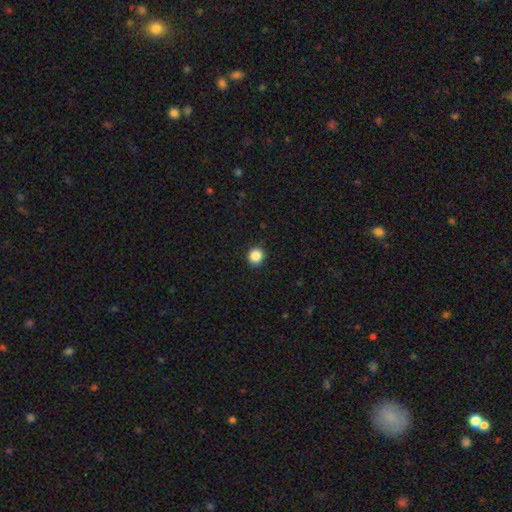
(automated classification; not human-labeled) A smooth galaxy with no disk features (87%) that is round (90%).

Vote fractions:
- Smooth or featured? smooth: 87% / star or artifact: 10% / featured or disk: 3%
- How rounded? round: 90% / in between: 9% / cigar-shaped: 1%
- Merging? none: 92% / minor disturbance: 5% / major disturbance: 2% / merger: 1%